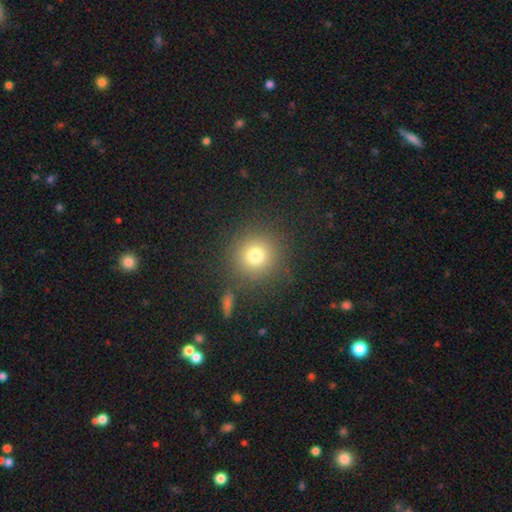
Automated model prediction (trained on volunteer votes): This is likely a smooth galaxy (77%). How rounded: clearly round (94%). Merging: clearly none (87%).